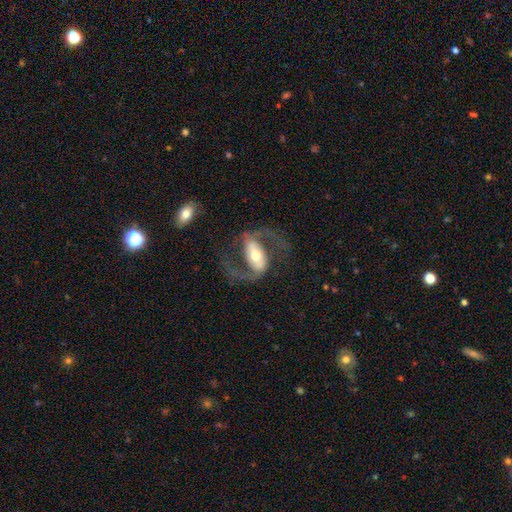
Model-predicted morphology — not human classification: Overall: featured or disk (86%). Edge-on disk: no (96%). Bar: strong (48%; weak 32%). Spiral arms: yes (94%). Spiral arm count: 2 (93%). Spiral winding: medium (47%; loose 43%). Bulge size: moderate (59%; small 28%). Merging: none (69%).